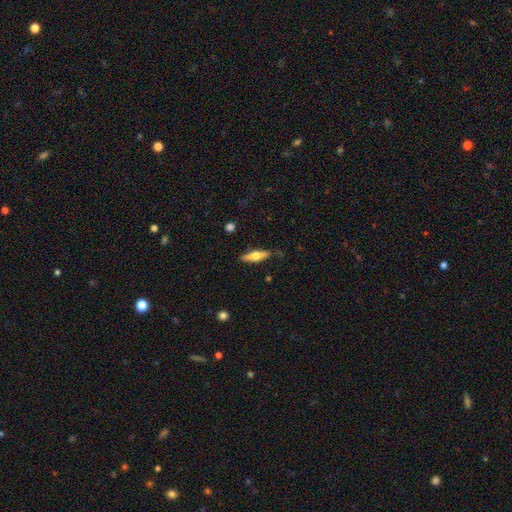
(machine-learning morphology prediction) Smooth or featured? featured or disk (50%)
Merging? none (82%)